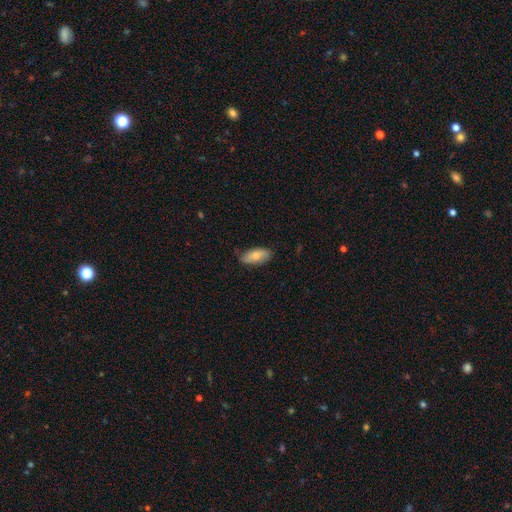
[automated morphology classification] smooth-or-featured: smooth: 75% | featured or disk: 19% | star or artifact: 6%
  how-rounded: in between: 88% | cigar-shaped: 10% | round: 2%
  merging: none: 78% | minor disturbance: 19% | major disturbance: 3% | merger: 1%